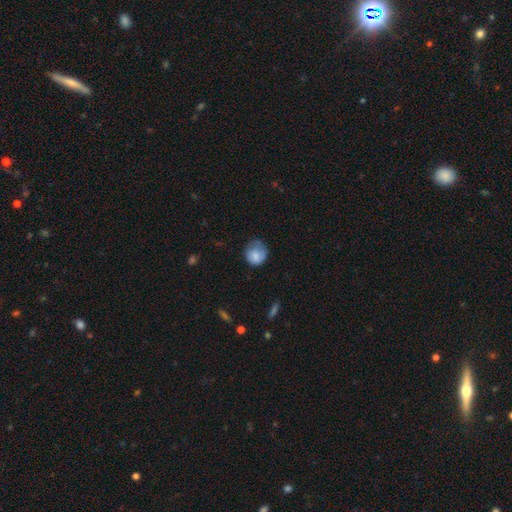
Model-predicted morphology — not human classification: smooth 78%, featured or disk 15%, star or artifact 7%. Down the decision tree: how rounded — round (76%); merging — none (46%).